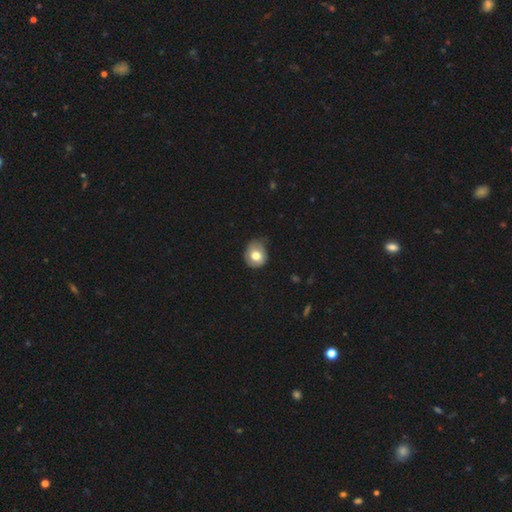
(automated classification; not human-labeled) smooth_or_featured: smooth (p=0.72) [alt: featured or disk p=0.20]
how_rounded: round (p=0.72) [alt: in between p=0.27]
merging: none (p=0.58) [alt: minor disturbance p=0.33]